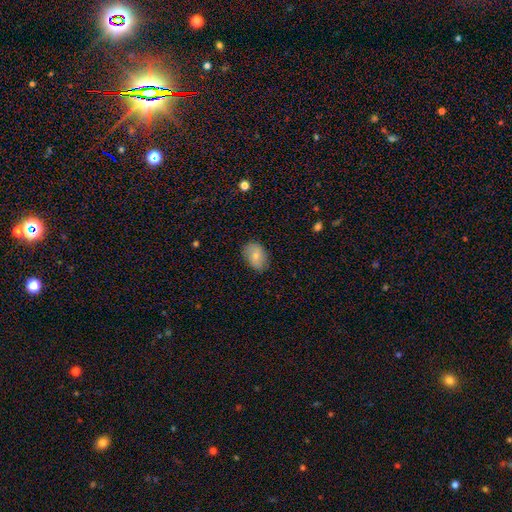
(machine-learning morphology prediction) Smooth or featured: smooth — 79% (featured or disk — 14%)
How rounded: in between — 80% (round — 19%)
Merging: none — 81% (minor disturbance — 15%)